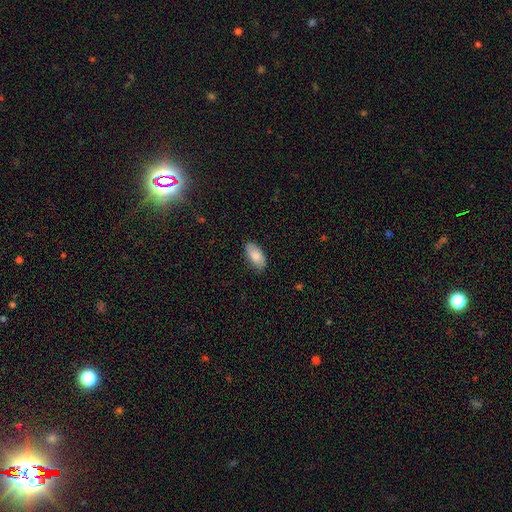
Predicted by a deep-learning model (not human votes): Smooth or featured? smooth (82%)
How rounded? in between (93%)
Merging? none (84%)